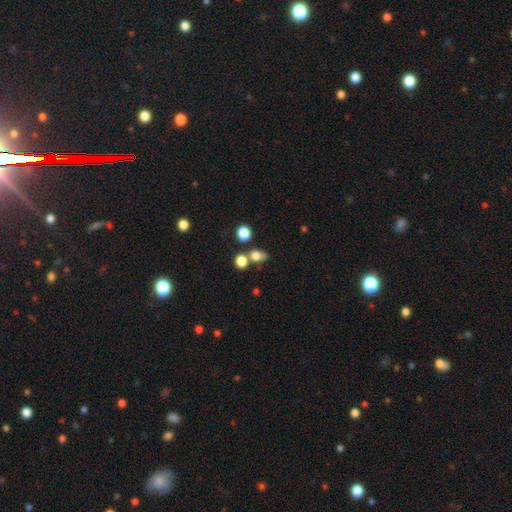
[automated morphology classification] This is likely a smooth galaxy (76%). How rounded: possibly in between (52%). Merging: possibly none (49%).